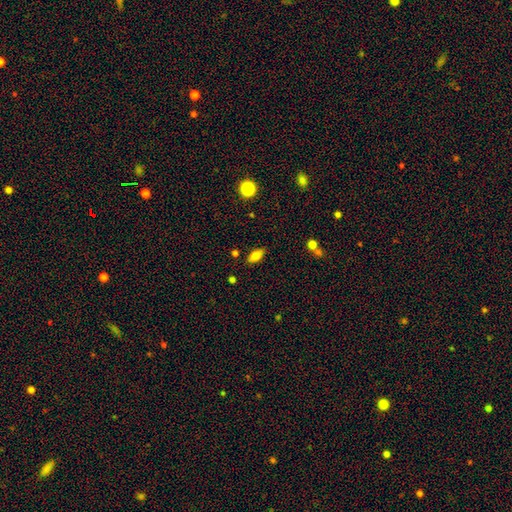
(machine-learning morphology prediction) smooth 78%, featured or disk 13%, star or artifact 9%. Down the decision tree: how rounded — in between (87%); merging — none (83%).